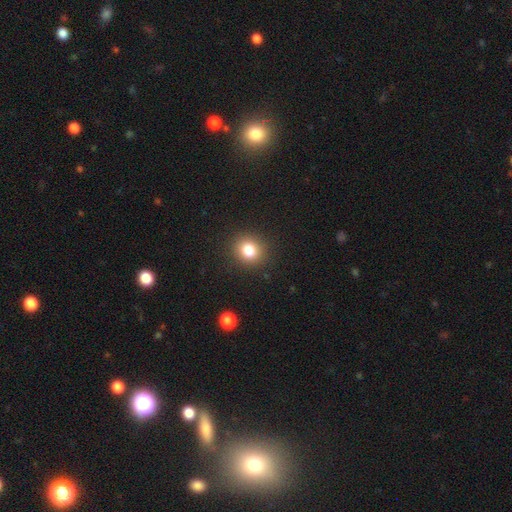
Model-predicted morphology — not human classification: Q: Smooth or featured?
A: smooth (80%); runner-up: star or artifact (14%)
Q: How rounded?
A: round (86%); runner-up: in between (13%)
Q: Merging?
A: none (92%); runner-up: minor disturbance (5%)